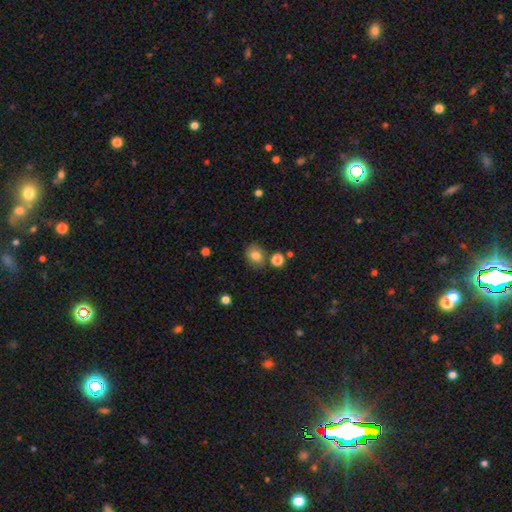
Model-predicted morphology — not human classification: Overall: smooth (81%). How rounded: round (57%; in between 42%). Merging: none (79%).